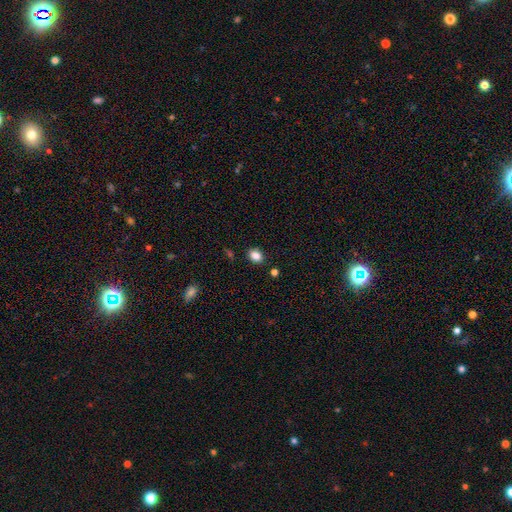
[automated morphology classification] A smooth galaxy with no disk features (85%) that is in between round and cigar-shaped (66%). Merging: none (83%).